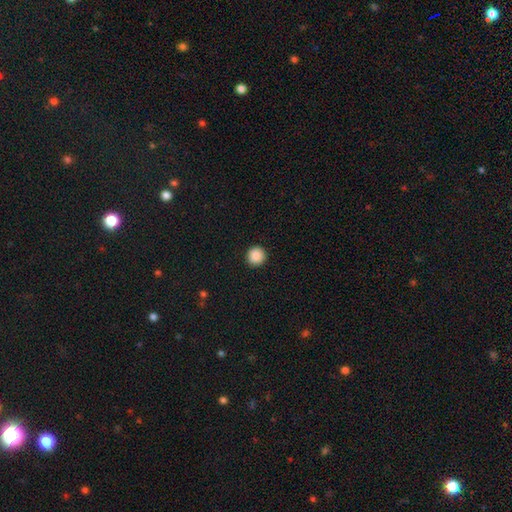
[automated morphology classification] A smooth galaxy with no disk features (89%) that is round (95%).

Vote fractions:
- Smooth or featured? smooth: 89% / star or artifact: 9% / featured or disk: 3%
- How rounded? round: 95% / in between: 4% / cigar-shaped: 1%
- Merging? none: 93% / minor disturbance: 4% / major disturbance: 2% / merger: 1%